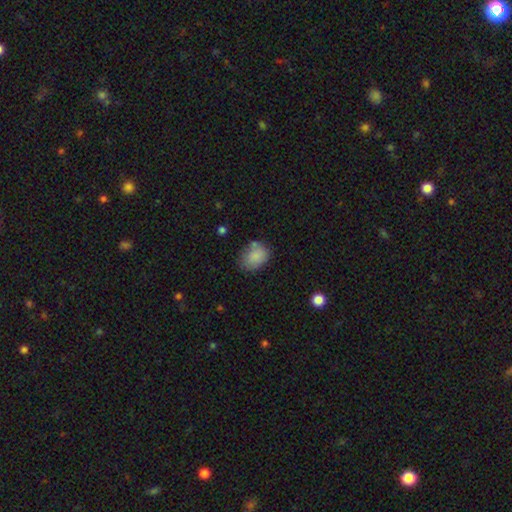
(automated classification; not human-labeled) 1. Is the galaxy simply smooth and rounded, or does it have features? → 83% smooth, 8% star or artifact, 8% featured or disk.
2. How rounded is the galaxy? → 66% in between, 33% round, 1% cigar-shaped.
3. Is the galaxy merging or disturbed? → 65% none, 22% minor disturbance, 6% merger, 6% major disturbance.